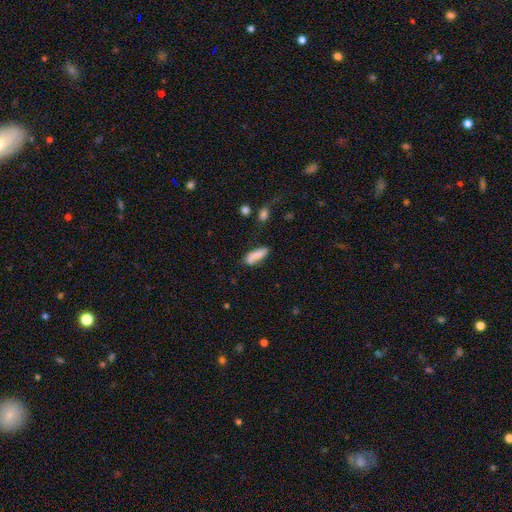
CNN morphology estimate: Smooth or featured? Predicted: smooth (p=0.77). How rounded? Predicted: in between (p=0.59). Merging? Predicted: none (p=0.67).